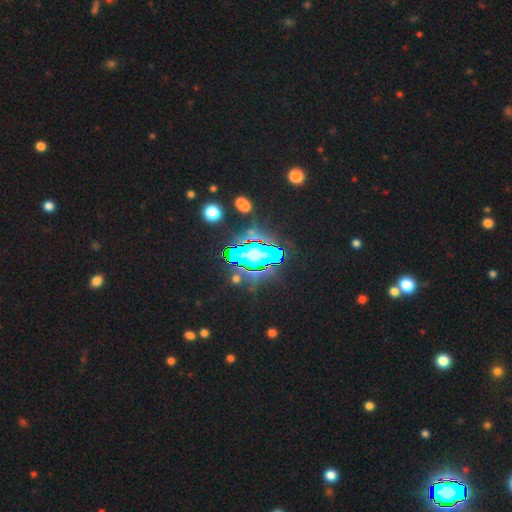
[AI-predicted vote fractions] Smooth or featured? star or artifact (66%)